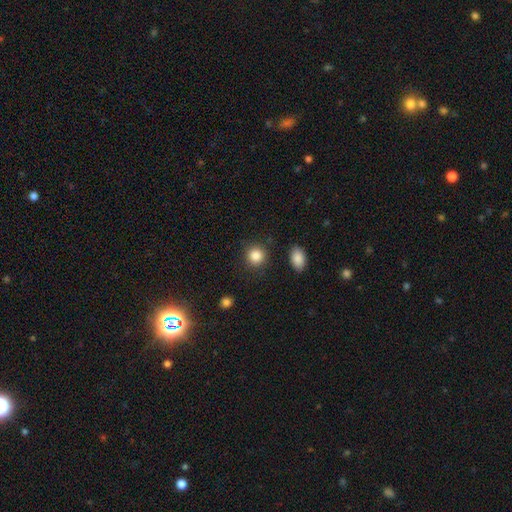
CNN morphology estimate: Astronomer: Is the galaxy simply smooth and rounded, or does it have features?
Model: smooth — 87%.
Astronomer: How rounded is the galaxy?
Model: round — 88%.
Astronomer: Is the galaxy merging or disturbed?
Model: none — 87%.